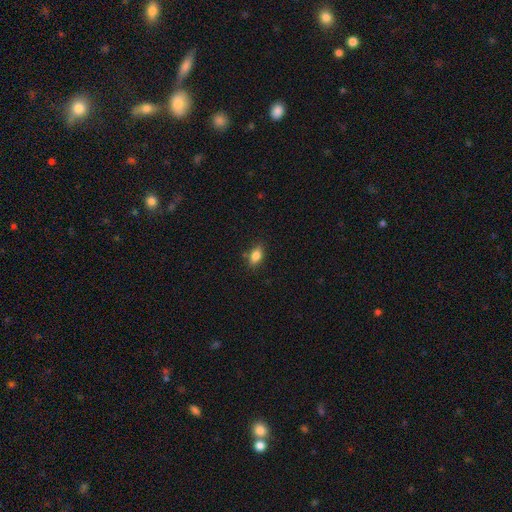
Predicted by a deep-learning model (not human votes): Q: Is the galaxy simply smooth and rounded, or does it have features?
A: smooth — 83%.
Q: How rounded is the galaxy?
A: in between — 85%.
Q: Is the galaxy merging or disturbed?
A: none — 80%.